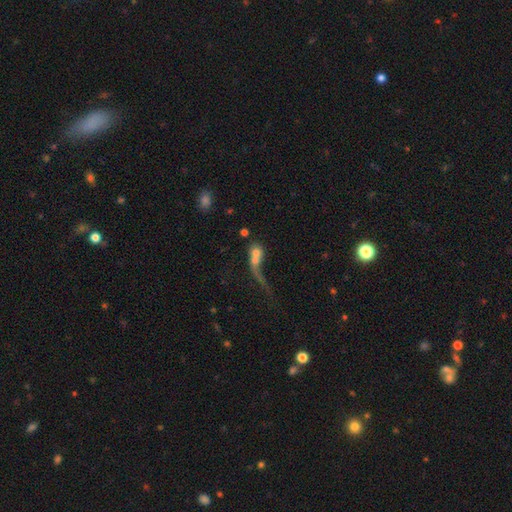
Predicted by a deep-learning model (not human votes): Overall: smooth (52%; featured or disk 36%). How rounded: in between (51%; round 37%). Merging: merger (51%; major disturbance 28%).